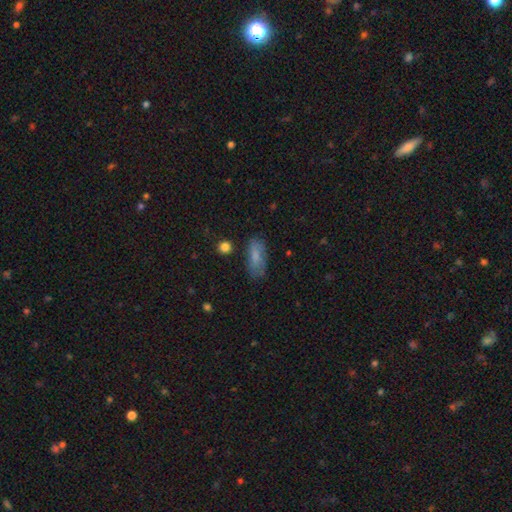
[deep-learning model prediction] A smooth galaxy with no disk features (77%) that is in between round and cigar-shaped (79%).

Vote fractions:
- Smooth or featured? smooth: 77% / featured or disk: 15% / star or artifact: 8%
- How rounded? in between: 79% / cigar-shaped: 18% / round: 3%
- Merging? none: 71% / minor disturbance: 20% / major disturbance: 6% / merger: 3%